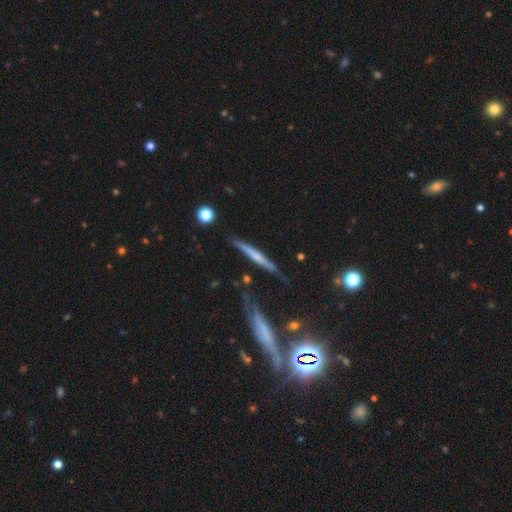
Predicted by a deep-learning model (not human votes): smooth-or-featured: featured or disk: 52% | smooth: 41% | star or artifact: 7%
  disk-edge-on: yes: 89% | no: 11%
  merging: none: 63% | minor disturbance: 22% | major disturbance: 8% | merger: 7%